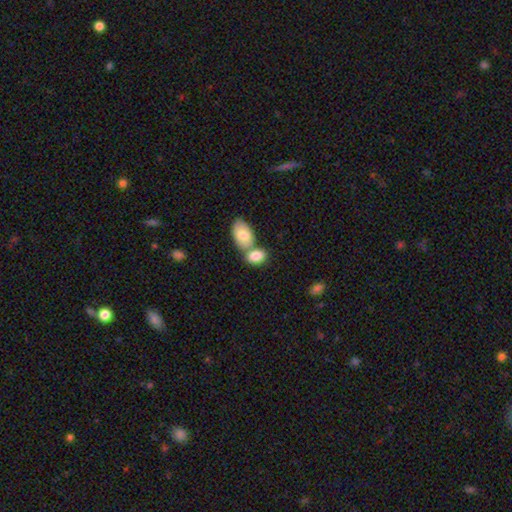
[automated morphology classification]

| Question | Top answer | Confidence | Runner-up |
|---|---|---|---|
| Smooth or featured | smooth | 82% | featured or disk (11%) |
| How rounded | in between | 88% | round (10%) |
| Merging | merger | 53% | none (34%) |